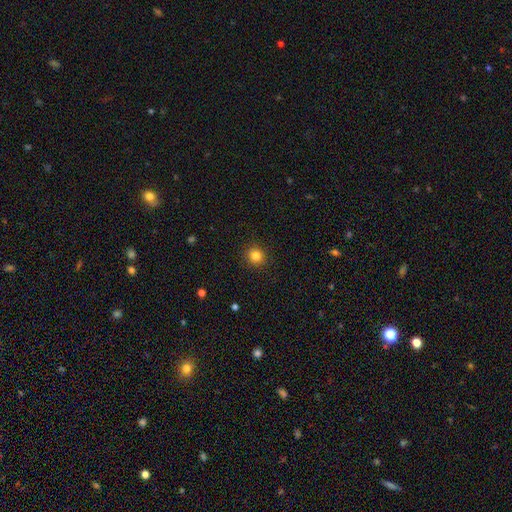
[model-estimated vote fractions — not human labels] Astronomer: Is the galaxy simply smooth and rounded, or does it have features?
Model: smooth — 83%.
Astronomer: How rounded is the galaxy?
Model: round — 91%.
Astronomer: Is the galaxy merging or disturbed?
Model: none — 91%.